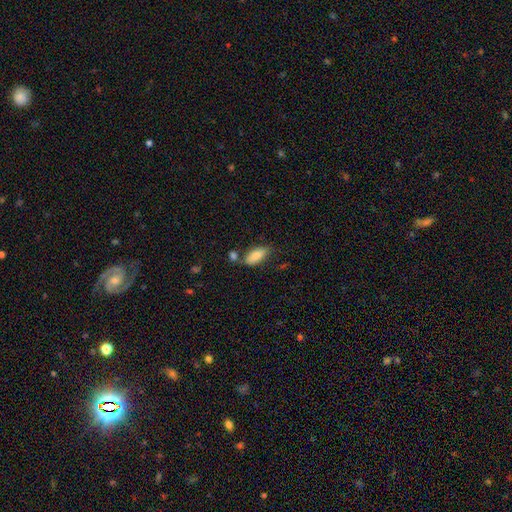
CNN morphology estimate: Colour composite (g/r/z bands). It shows a smooth galaxy with no disk features (83%) that is in between round and cigar-shaped (80%). Merging: none (62%).